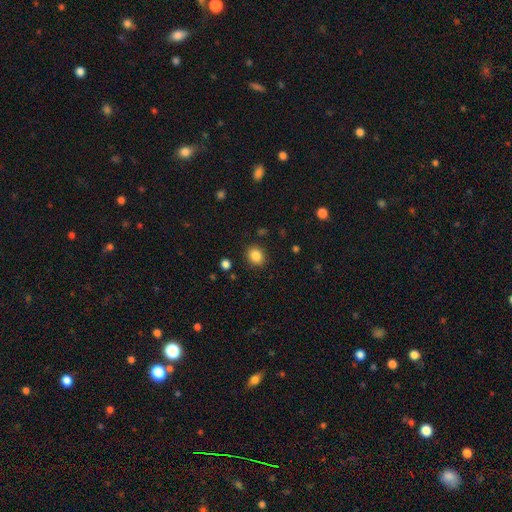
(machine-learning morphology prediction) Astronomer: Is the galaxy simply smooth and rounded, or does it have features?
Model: smooth — 85%.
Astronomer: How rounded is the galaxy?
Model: round — 65%.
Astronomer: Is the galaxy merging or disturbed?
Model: none — 88%.